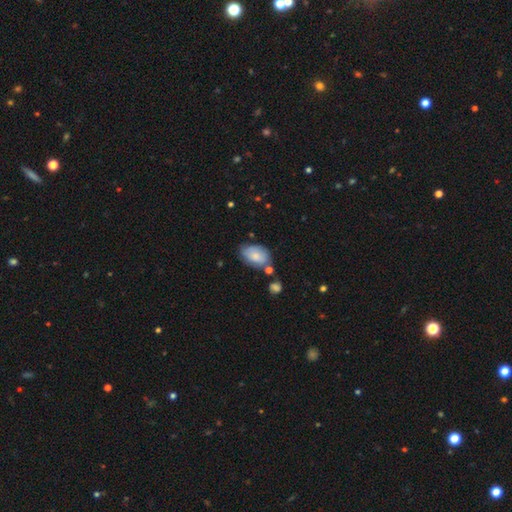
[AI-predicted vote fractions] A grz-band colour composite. It shows a smooth galaxy with no disk features (77%) that is in between round and cigar-shaped (91%). Merging: none (58%).